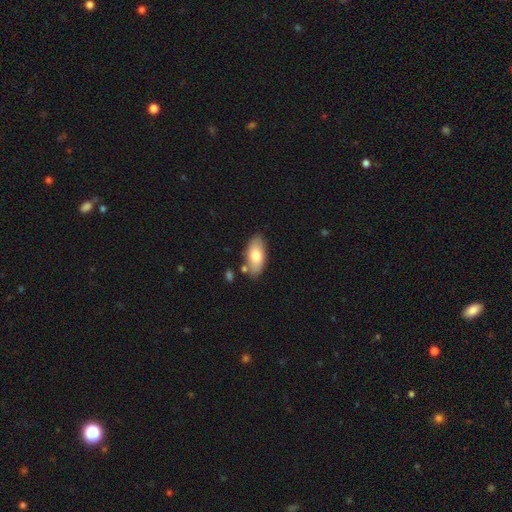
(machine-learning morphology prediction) This appears to be a smooth galaxy with no disk features (76%) that is in between round and cigar-shaped (90%). Merging: none (77%).